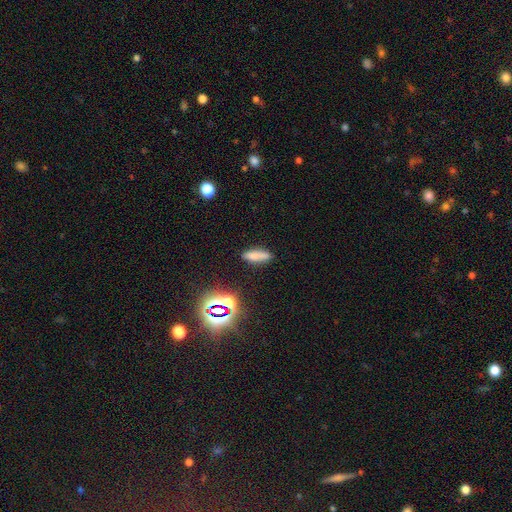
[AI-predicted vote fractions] This appears to be a smooth galaxy with no disk features (73%) that is cigar-shaped (55%). Merging: none (81%).